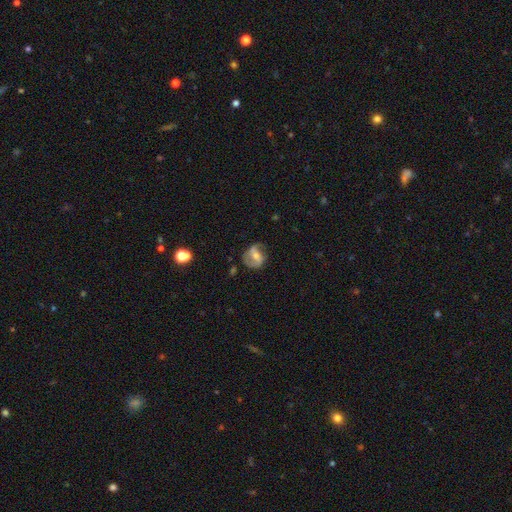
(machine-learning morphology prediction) A featured or disk galaxy (64%) with a weak bar (37%), spiral arms (77%) and a moderate central bulge (53%).

Vote fractions:
- Smooth or featured? featured or disk: 64% / smooth: 29% / star or artifact: 8%
- Edge-on disk? no: 96% / yes: 4%
- Bar? weak: 37% / strong: 35% / no: 28%
- Spiral arms? yes: 77% / no: 23%
- Bulge size? moderate: 53% / small: 40% / large: 3% / none: 3% / dominant: 1%
- Merging? none: 60% / minor disturbance: 24% / major disturbance: 13% / merger: 2%